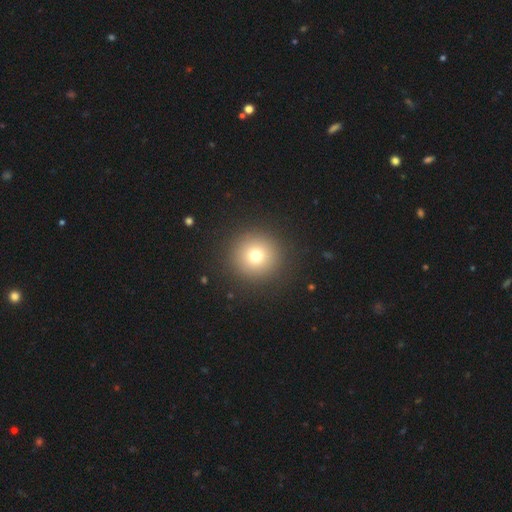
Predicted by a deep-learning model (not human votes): Overall: smooth (74%). How rounded: round (95%). Merging: none (91%).